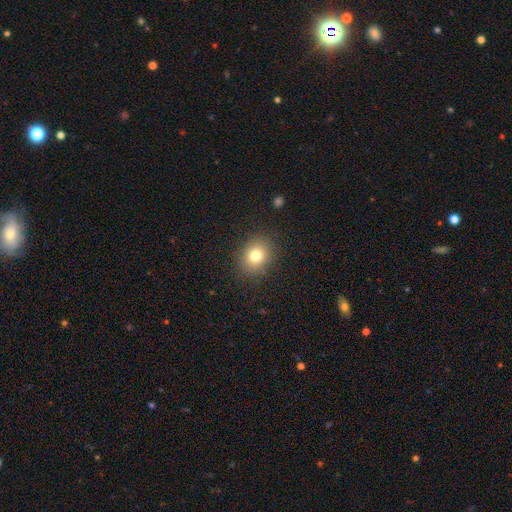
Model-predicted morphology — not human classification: This is likely a smooth galaxy (79%). How rounded: possibly round (60%). Merging: clearly none (87%).